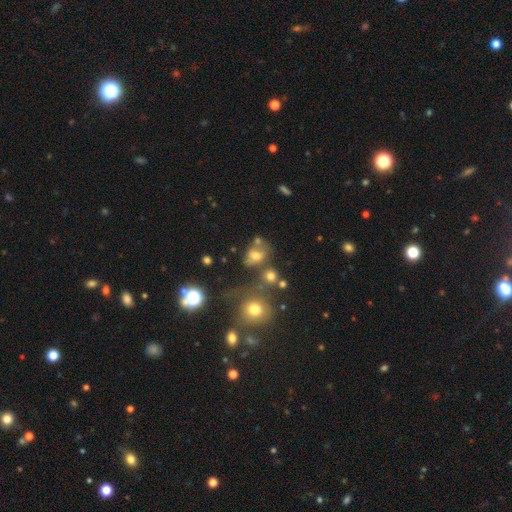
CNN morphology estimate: Overall: smooth (61%; featured or disk 21%). How rounded: in between (57%; round 41%). Merging: none (46%; merger 23%).